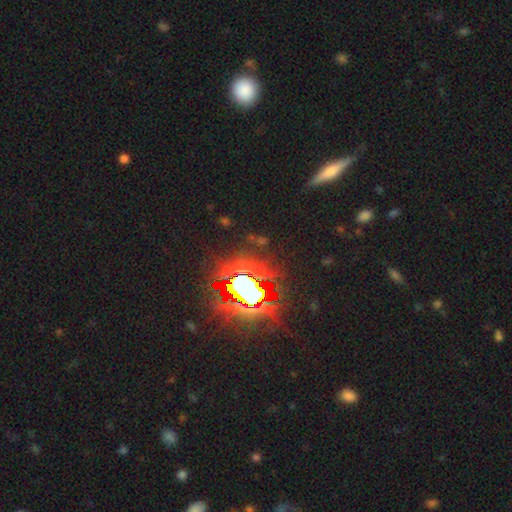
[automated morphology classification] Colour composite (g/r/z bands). It shows a star or artifact, not a galaxy (78%).